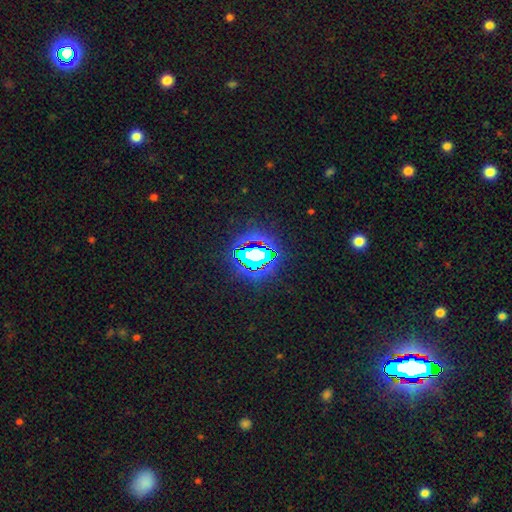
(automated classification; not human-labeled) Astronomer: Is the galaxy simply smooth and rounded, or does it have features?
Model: star or artifact — 69%.